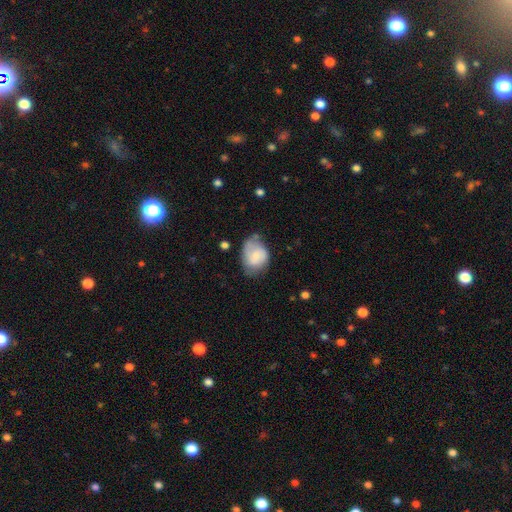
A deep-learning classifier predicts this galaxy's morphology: Overall: smooth (59%; featured or disk 34%). How rounded: in between (65%; round 34%). Merging: none (49%; minor disturbance 34%).